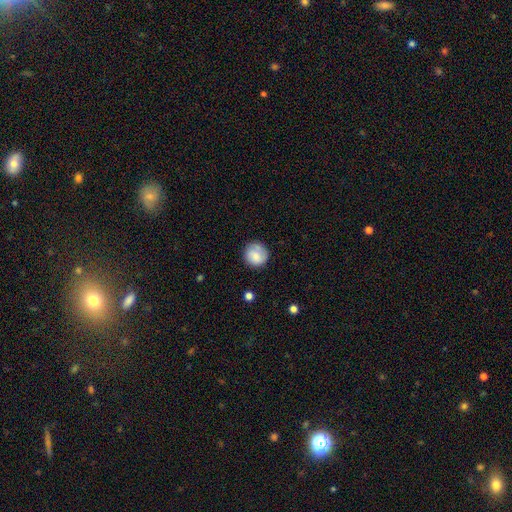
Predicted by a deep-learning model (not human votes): The model was most divided on "merging": none: 76%, minor disturbance: 17%, major disturbance: 5%, merger: 2%. More confident: how rounded — round (91%); smooth or featured — smooth (80%).